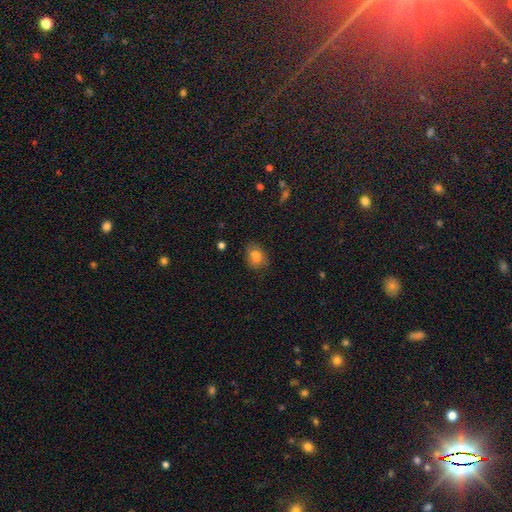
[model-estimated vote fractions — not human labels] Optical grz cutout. It shows a smooth galaxy with no disk features (74%) that is in between round and cigar-shaped (60%). Merging: none (62%).